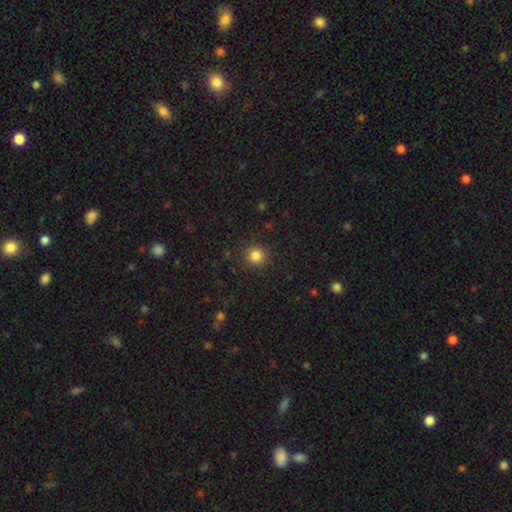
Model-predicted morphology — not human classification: Smooth or featured? smooth (84%)
How rounded? round (91%)
Merging? none (90%)